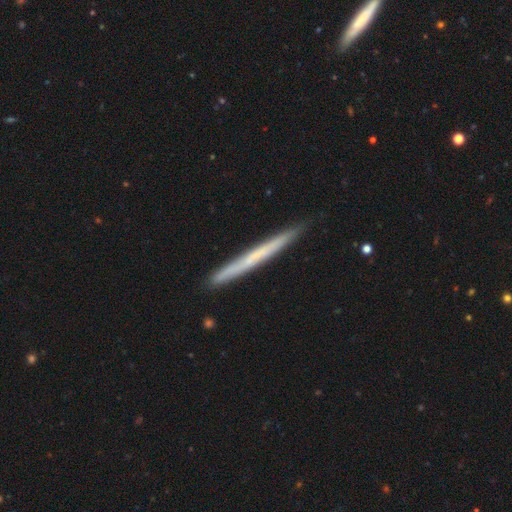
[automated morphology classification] A featured or disk galaxy (47%, tied with smooth).

Vote fractions:
- Smooth or featured? featured or disk: 47% (tied) / smooth: 47% (tied) / star or artifact: 5%
- Merging? none: 90% / minor disturbance: 8% / major disturbance: 1% / merger: 1%